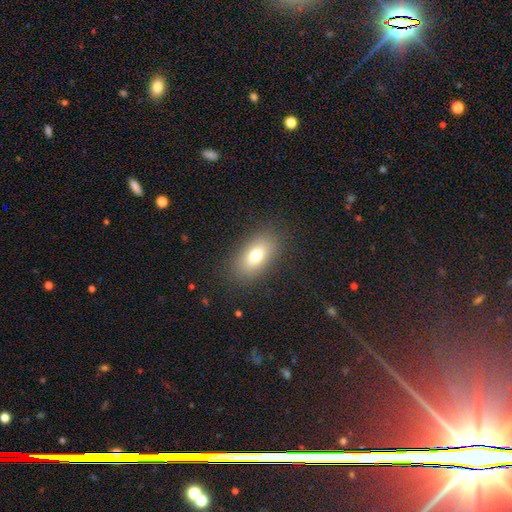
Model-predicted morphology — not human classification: Smooth or featured?
  - smooth: 74% *
  - featured or disk: 15%
  - star or artifact: 11%
How rounded?
  - in between: 86% *
  - round: 10%
  - cigar-shaped: 4%
Merging?
  - none: 86% *
  - minor disturbance: 9%
  - major disturbance: 4%
  - merger: 1%